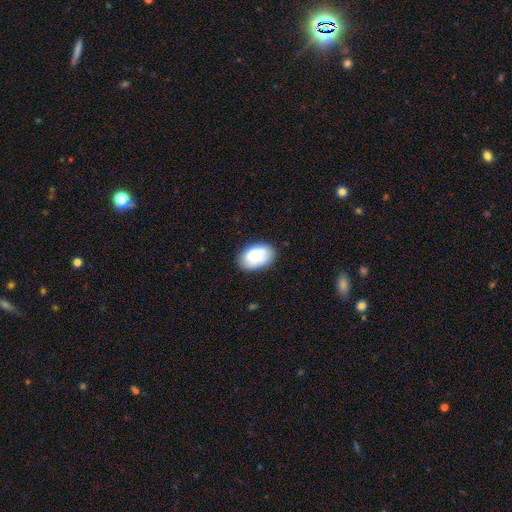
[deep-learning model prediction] A smooth galaxy with no disk features (87%) that is in between round and cigar-shaped (92%).

Vote fractions:
- Smooth or featured? smooth: 87% / featured or disk: 7% / star or artifact: 6%
- How rounded? in between: 92% / round: 7% / cigar-shaped: 1%
- Merging? none: 83% / minor disturbance: 14% / major disturbance: 3% / merger: 1%